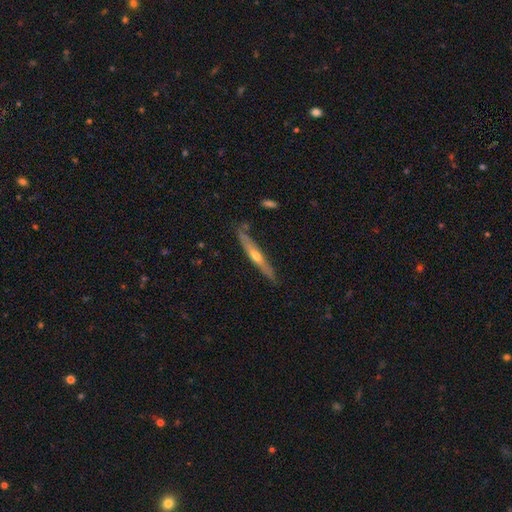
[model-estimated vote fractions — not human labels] Smooth or featured? Predicted: featured or disk (p=0.66). Edge-on disk? Predicted: yes (p=0.94). Edge-on bulge? Predicted: rounded (p=0.82). Merging? Predicted: none (p=0.82).